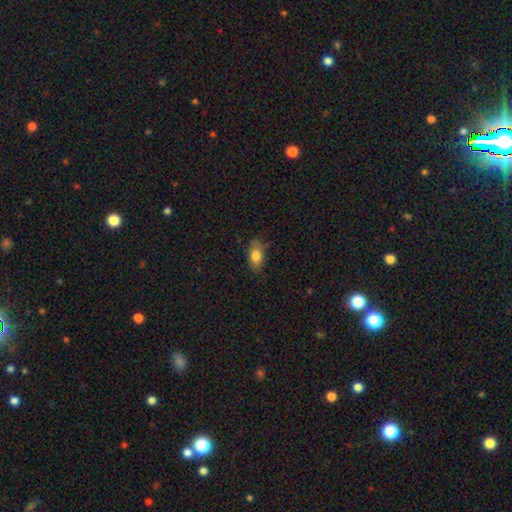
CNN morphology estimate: smooth-or-featured: smooth: 80% | featured or disk: 12% | star or artifact: 8%
  how-rounded: in between: 86% | round: 10% | cigar-shaped: 3%
  merging: none: 67% | minor disturbance: 25% | major disturbance: 6% | merger: 2%